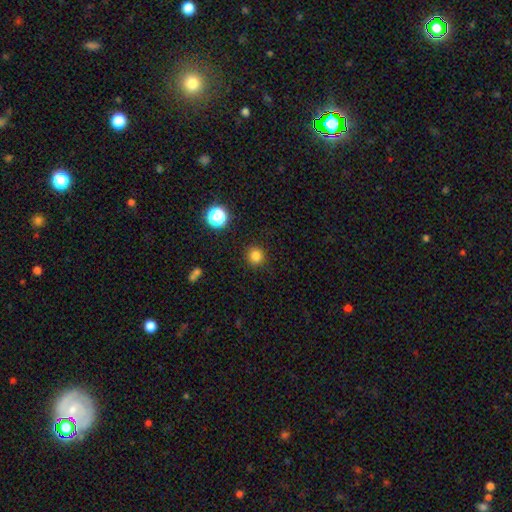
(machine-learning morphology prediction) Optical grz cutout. It shows a smooth galaxy with no disk features (82%) that is round (92%). Merging: none (90%).